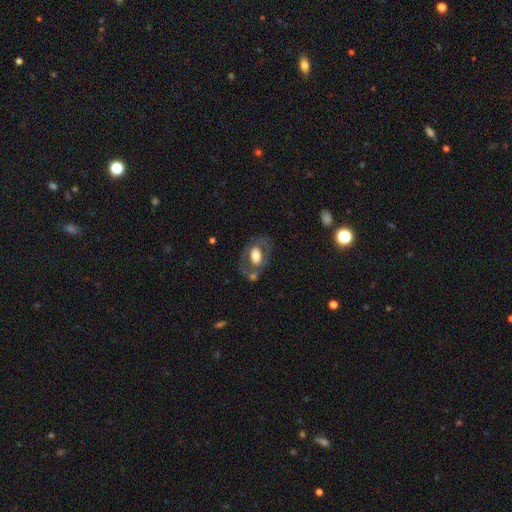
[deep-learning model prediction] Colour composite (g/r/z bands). It shows a smooth galaxy with no disk features (51%) that is in between round and cigar-shaped (83%). Merging: none (57%).